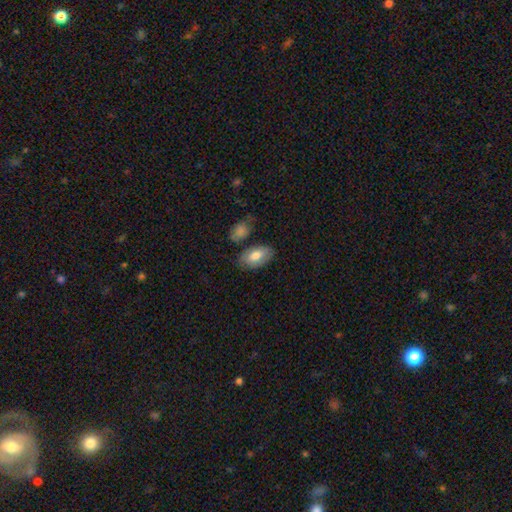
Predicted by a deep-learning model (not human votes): A smooth galaxy with no disk features (75%) that is in between round and cigar-shaped (94%).

Vote fractions:
- Smooth or featured? smooth: 75% / featured or disk: 19% / star or artifact: 6%
- How rounded? in between: 94% / round: 4% / cigar-shaped: 2%
- Merging? none: 73% / minor disturbance: 16% / merger: 6% / major disturbance: 4%